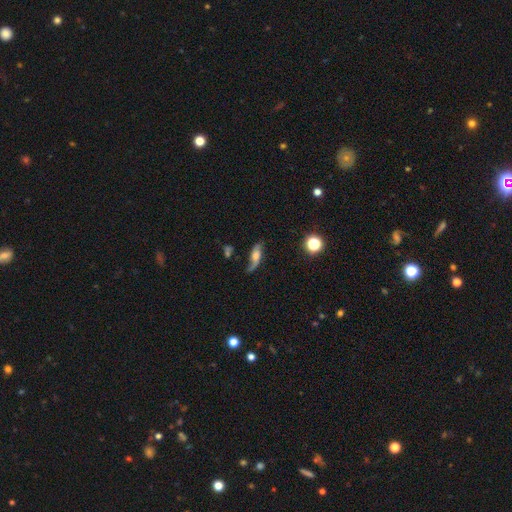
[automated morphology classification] This appears to be a featured or disk galaxy (59%). Merging: none (53%).